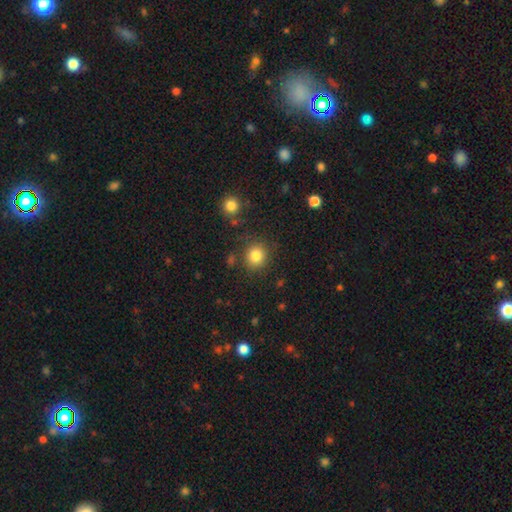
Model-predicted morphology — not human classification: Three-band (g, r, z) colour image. It shows a smooth galaxy with no disk features (84%) that is round (88%). Merging: none (83%).